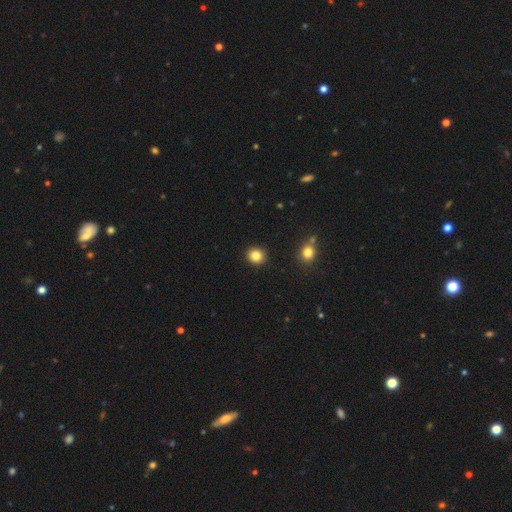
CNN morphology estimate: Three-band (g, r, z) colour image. It shows a smooth galaxy with no disk features (85%) that is round (85%). Merging: none (92%).